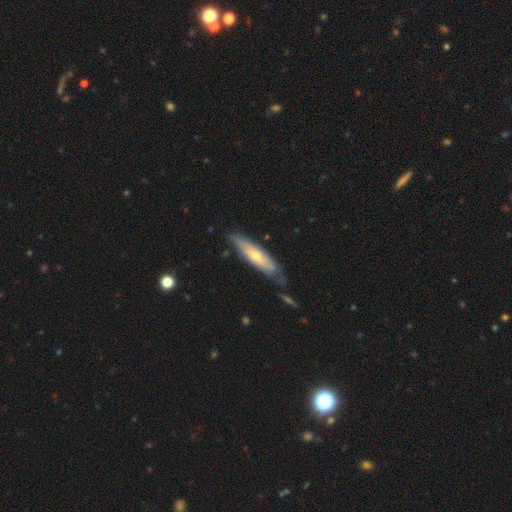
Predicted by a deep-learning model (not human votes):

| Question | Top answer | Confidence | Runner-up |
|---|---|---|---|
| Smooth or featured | featured or disk | 48% | smooth (46%) |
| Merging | none | 68% | minor disturbance (22%) |